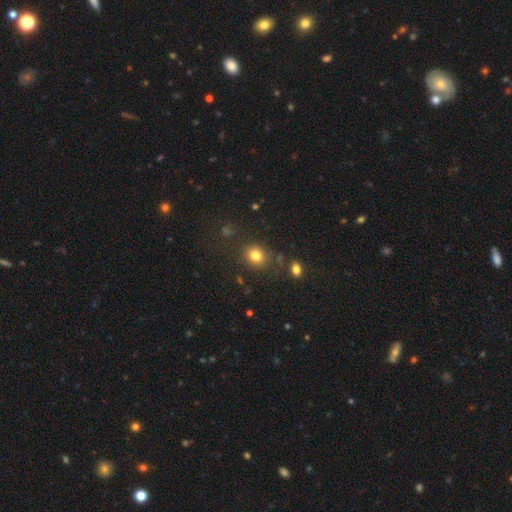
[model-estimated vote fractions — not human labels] A smooth galaxy with no disk features (81%) that is round (69%).

Vote fractions:
- Smooth or featured? smooth: 81% / star or artifact: 12% / featured or disk: 6%
- How rounded? round: 69% / in between: 30% / cigar-shaped: 1%
- Merging? none: 81% / minor disturbance: 11% / merger: 4% / major disturbance: 4%